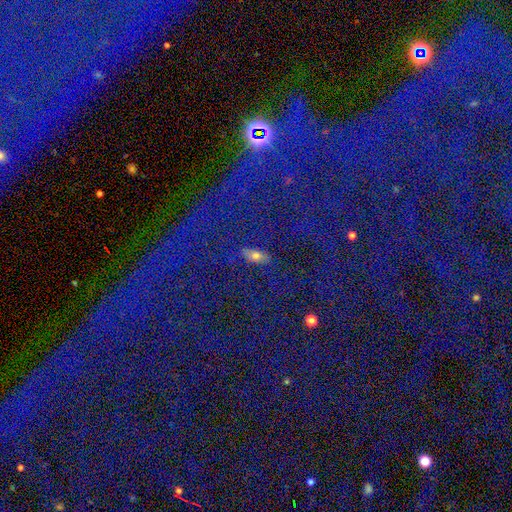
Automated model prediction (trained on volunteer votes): Morphology: type=smooth (48%); merging=none (80%).